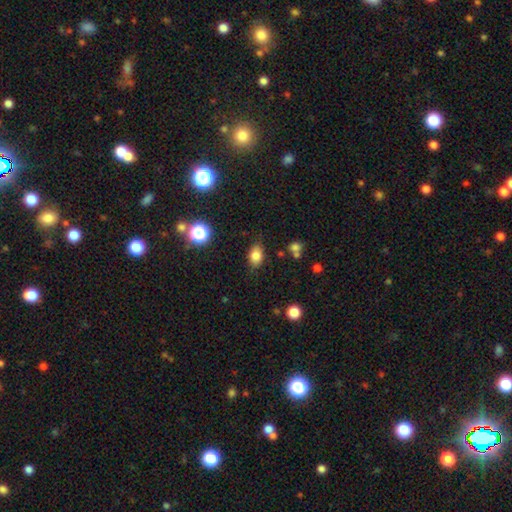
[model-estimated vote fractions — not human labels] Overall: smooth (80%). How rounded: in between (82%). Merging: none (80%).